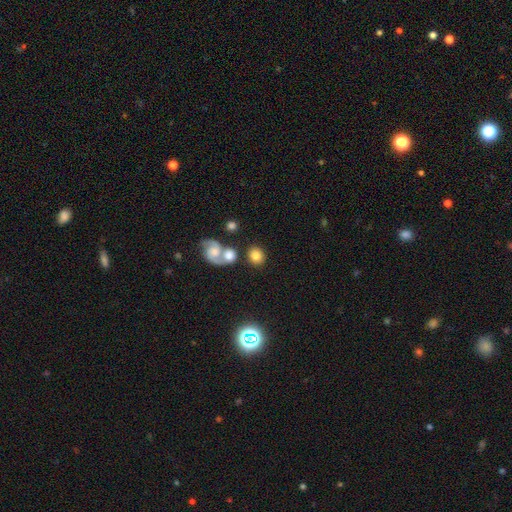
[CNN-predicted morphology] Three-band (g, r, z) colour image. It shows a smooth galaxy with no disk features (77%) that is round (76%). Merging: none (70%).